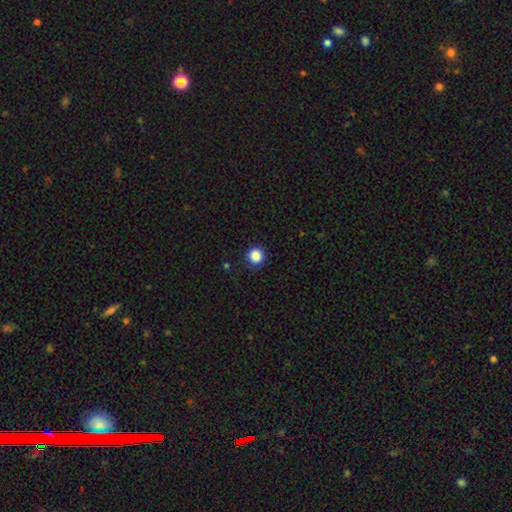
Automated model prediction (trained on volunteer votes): Smooth or featured? smooth (86%)
How rounded? round (90%)
Merging? none (90%)